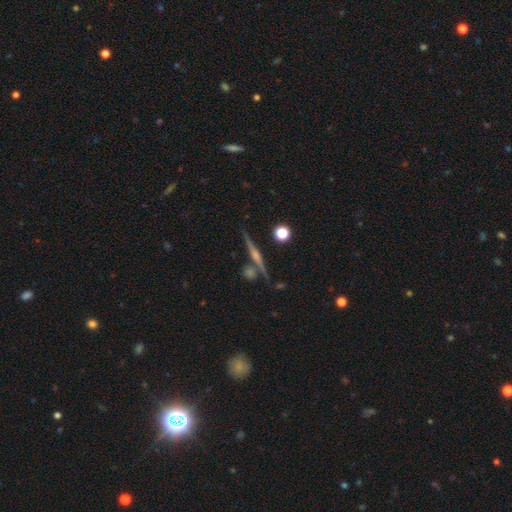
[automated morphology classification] The model was most divided on "smooth or featured": featured or disk: 74%, smooth: 18%, star or artifact: 9%. More confident: edge-on disk — yes (97%); merging — none (80%); edge-on bulge — rounded (73%).